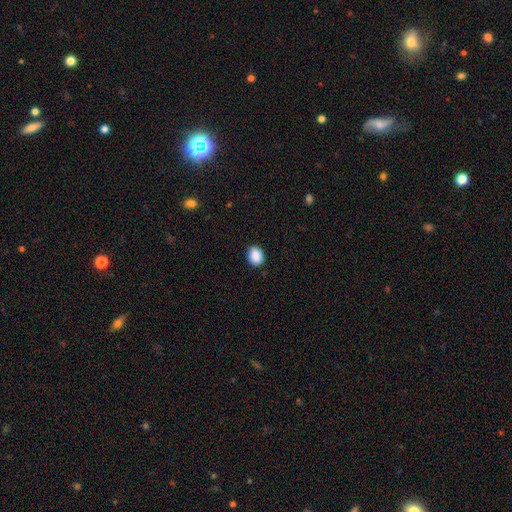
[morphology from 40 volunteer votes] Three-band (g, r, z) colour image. It shows a smooth galaxy with no disk features (92%) that is in between round and cigar-shaped (68%). Merging: none (84%).